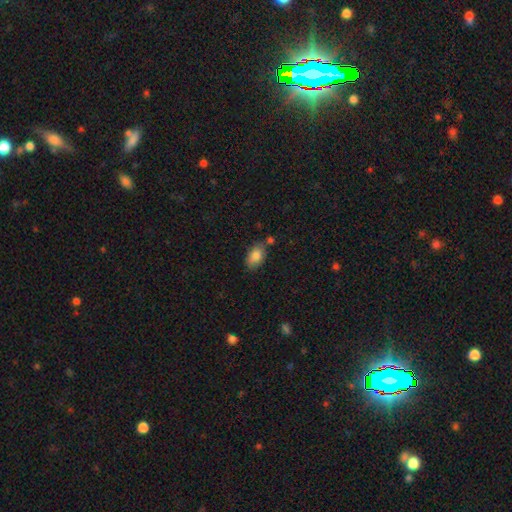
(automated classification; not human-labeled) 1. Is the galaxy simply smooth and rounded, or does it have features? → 83% smooth, 9% featured or disk, 8% star or artifact.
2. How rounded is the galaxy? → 91% in between, 7% round, 2% cigar-shaped.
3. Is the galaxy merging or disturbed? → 71% none, 17% minor disturbance, 8% merger, 4% major disturbance.